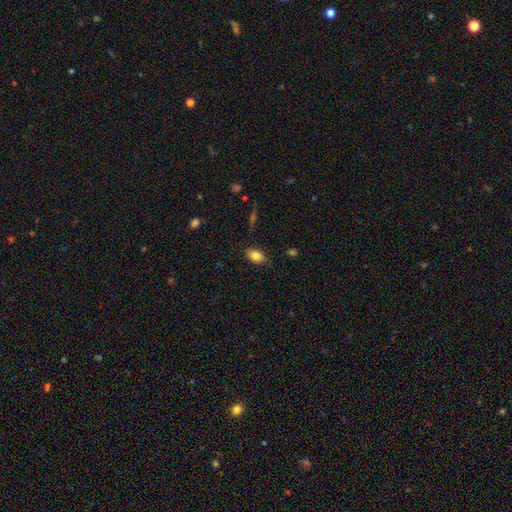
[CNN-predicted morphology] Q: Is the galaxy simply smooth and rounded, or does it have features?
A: smooth — 82%.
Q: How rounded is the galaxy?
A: in between — 86%.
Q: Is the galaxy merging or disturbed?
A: none — 82%.